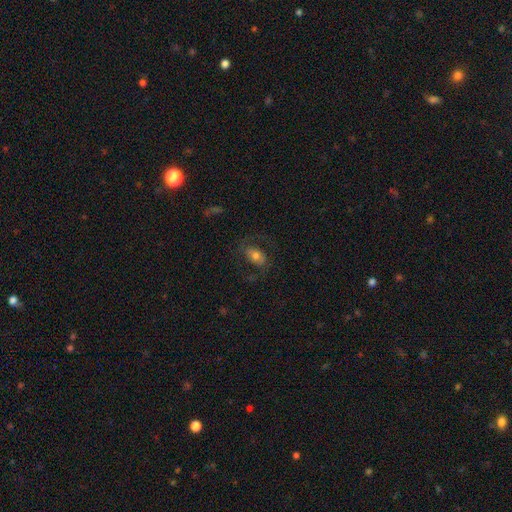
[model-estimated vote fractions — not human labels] A smooth galaxy with no disk features (57%) that is in between round and cigar-shaped (80%). Merging: none (64%).